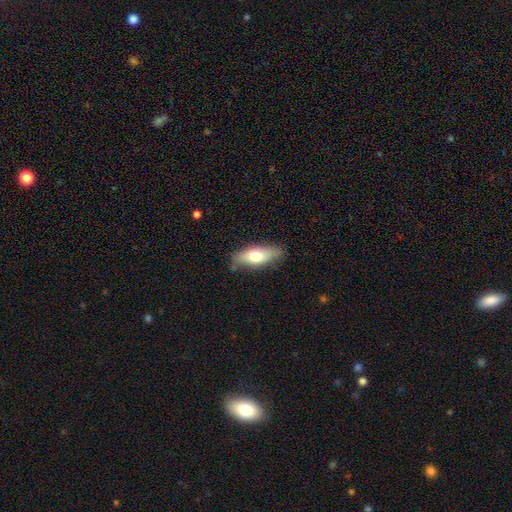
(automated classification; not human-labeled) Morphology: type=smooth (62%); roundness=in between (67%); merging=none (81%).